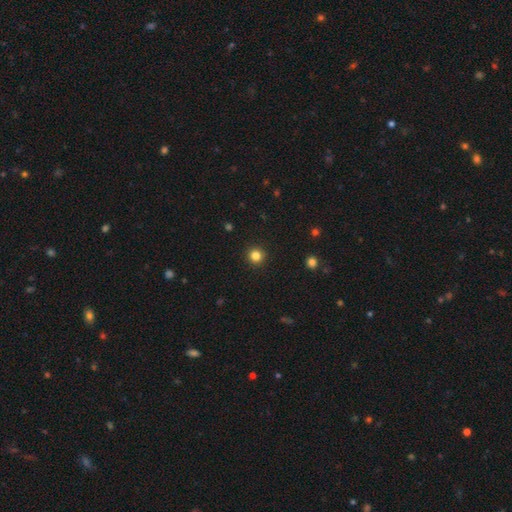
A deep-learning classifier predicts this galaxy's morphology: The model was most divided on "smooth or featured": smooth: 83%, star or artifact: 12%, featured or disk: 4%. More confident: how rounded — round (95%); merging — none (93%).